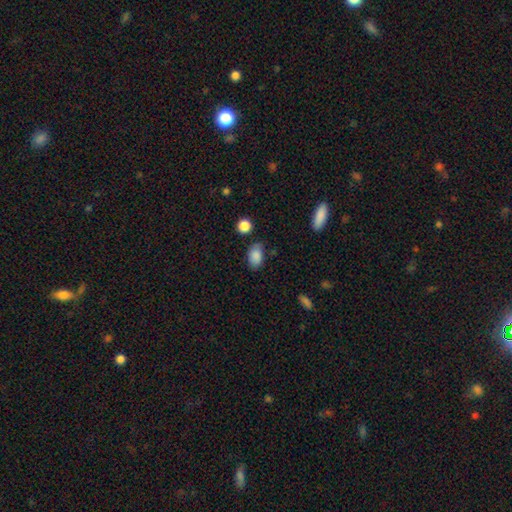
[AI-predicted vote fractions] Smooth or featured: smooth — 86% (star or artifact — 8%)
How rounded: in between — 87% (round — 11%)
Merging: none — 72% (minor disturbance — 21%)